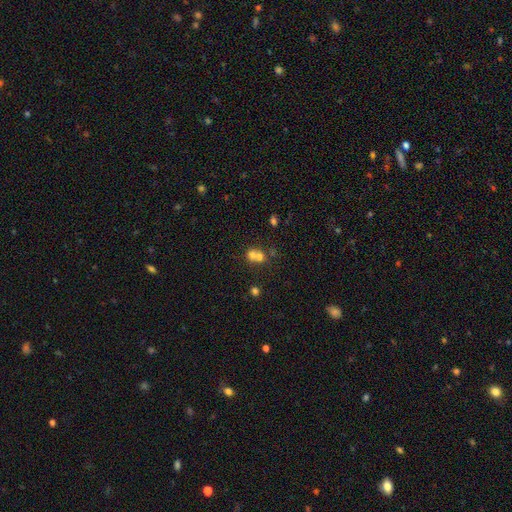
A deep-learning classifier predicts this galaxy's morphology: This appears to be a smooth galaxy with no disk features (67%) that is round (78%). Merging: merger (60%).